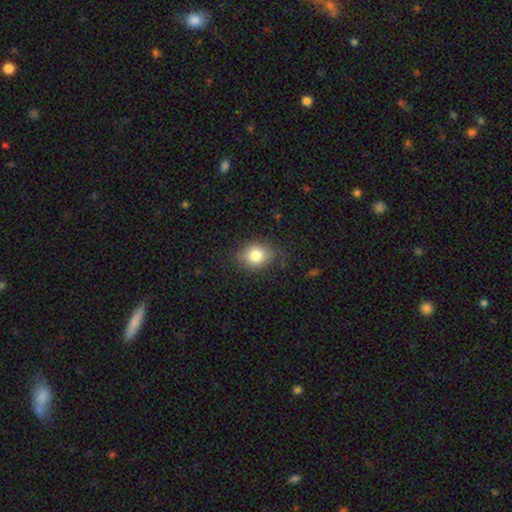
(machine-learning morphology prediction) The model was most divided on "how rounded": round: 58%, in between: 41%, cigar-shaped: 1%. More confident: smooth or featured — smooth (79%); merging — none (73%).